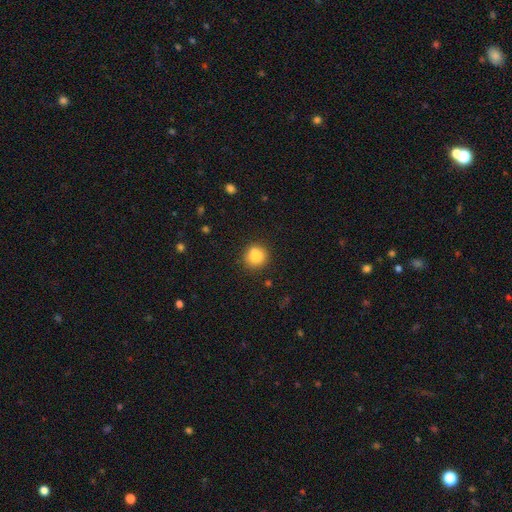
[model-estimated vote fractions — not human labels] This is clearly a smooth galaxy (83%). How rounded: clearly round (86%). Merging: likely none (73%).